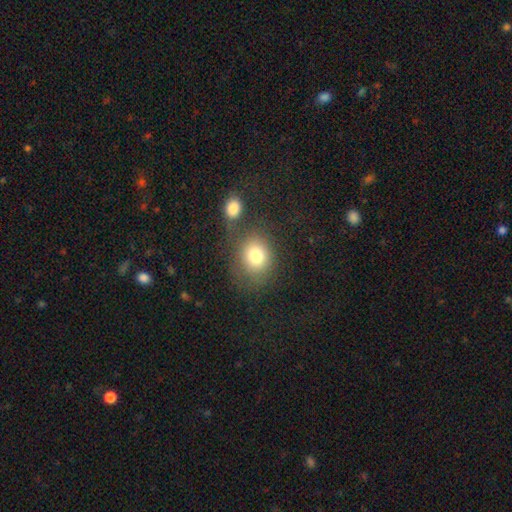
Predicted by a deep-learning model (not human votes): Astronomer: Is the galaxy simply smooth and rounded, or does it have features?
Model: smooth — 78%.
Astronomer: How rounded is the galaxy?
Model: round — 61% (runner-up: in between, 38%).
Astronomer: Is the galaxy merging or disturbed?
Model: none — 61%.